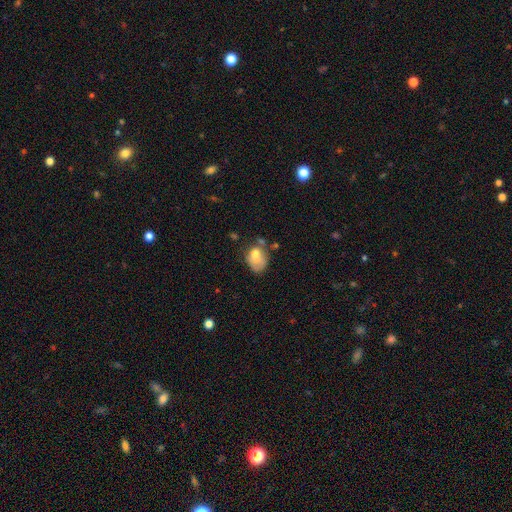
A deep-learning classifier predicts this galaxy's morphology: Smooth or featured? Predicted: smooth (p=0.69). How rounded? Predicted: in between (p=0.68). Merging? Predicted: none (p=0.33).